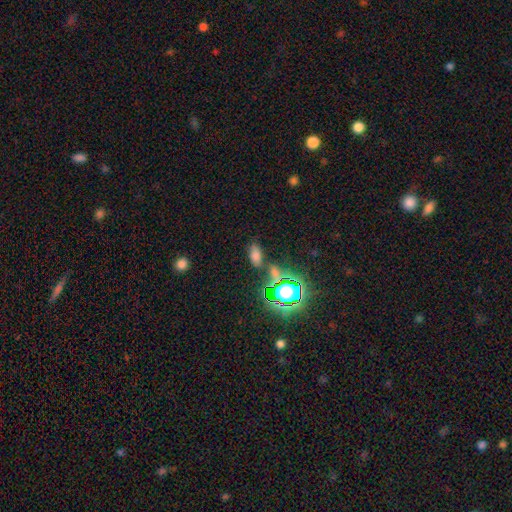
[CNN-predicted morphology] A smooth galaxy with no disk features (63%) that is in between round and cigar-shaped (88%). Merging: none (68%).